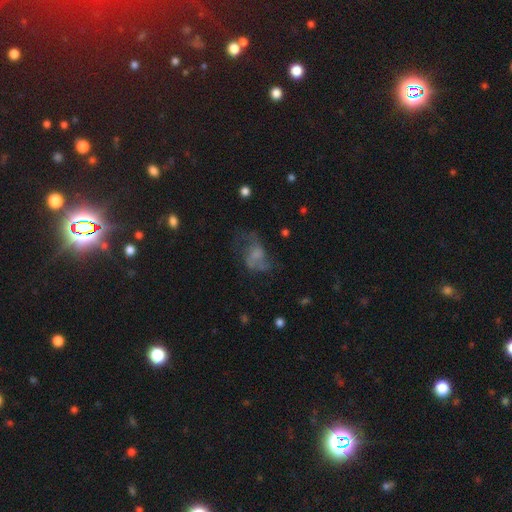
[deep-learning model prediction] Q: Smooth or featured?
A: featured or disk (49%); runner-up: smooth (37%)
Q: Merging?
A: major disturbance (41%); runner-up: none (34%)